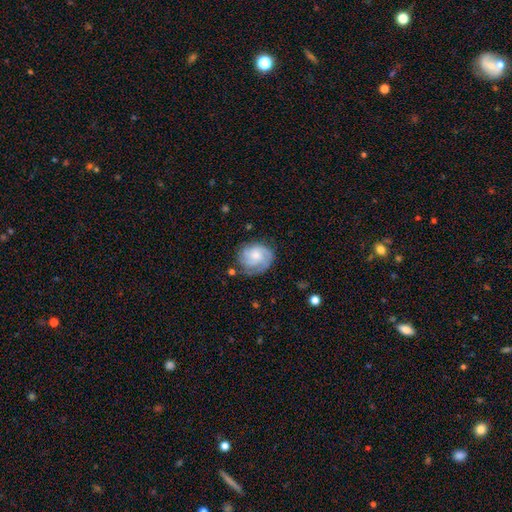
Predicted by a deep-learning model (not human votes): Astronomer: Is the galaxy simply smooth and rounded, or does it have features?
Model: featured or disk — 72%.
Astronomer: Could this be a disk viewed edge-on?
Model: no — 98%.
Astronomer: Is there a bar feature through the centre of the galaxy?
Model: no — 68%.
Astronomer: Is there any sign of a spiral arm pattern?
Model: yes — 94%.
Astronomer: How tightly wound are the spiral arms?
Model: tight — 58% (runner-up: medium, 33%).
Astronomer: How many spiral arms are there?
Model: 3 — 34% (runner-up: can't tell, 24%).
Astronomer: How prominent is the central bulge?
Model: moderate — 43% (runner-up: small, 42%).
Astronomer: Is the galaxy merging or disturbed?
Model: none — 70%.